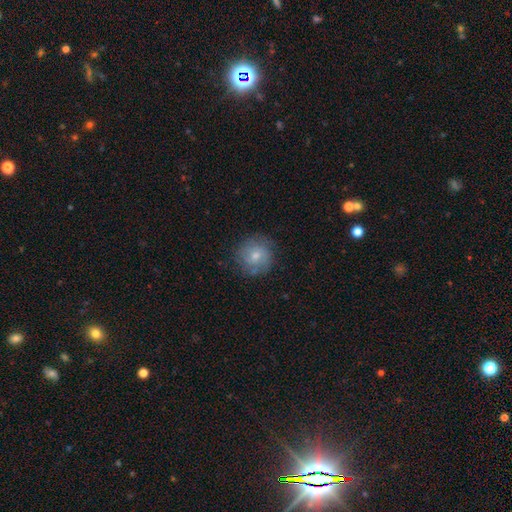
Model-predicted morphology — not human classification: This appears to be a smooth galaxy with no disk features (59%) that is round (91%). Merging: none (76%).